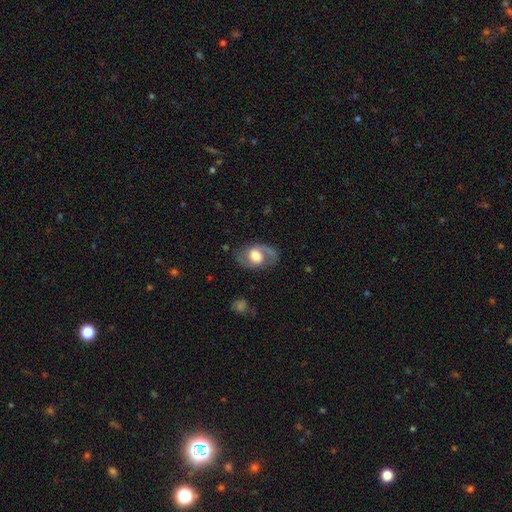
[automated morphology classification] Smooth or featured? Predicted: featured or disk (p=0.69). Edge-on disk? Predicted: no (p=0.96). Bar? Predicted: no (p=0.53). Spiral arms? Predicted: yes (p=0.83). Spiral winding? Predicted: medium (p=0.52). Spiral arm count? Predicted: 2 (p=0.86). Bulge size? Predicted: large (p=0.45). Merging? Predicted: none (p=0.74).